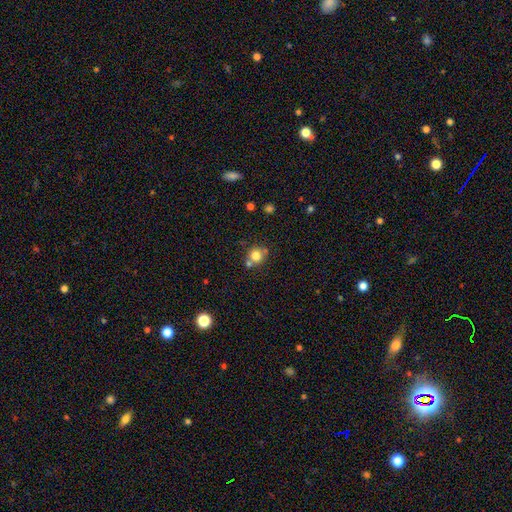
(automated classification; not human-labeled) A smooth galaxy with no disk features (79%) that is round (88%).

Vote fractions:
- Smooth or featured? smooth: 79% / star or artifact: 12% / featured or disk: 9%
- How rounded? round: 88% / in between: 11% / cigar-shaped: 1%
- Merging? none: 62% / merger: 23% / minor disturbance: 11% / major disturbance: 4%